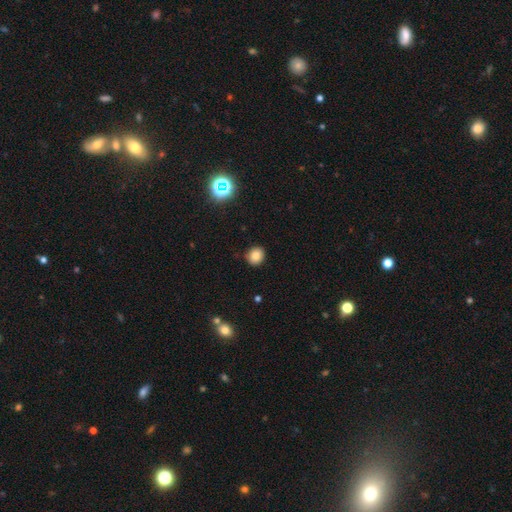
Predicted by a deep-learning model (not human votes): Smooth or featured: smooth — 81% (star or artifact — 12%)
How rounded: round — 82% (in between — 17%)
Merging: none — 88% (minor disturbance — 8%)